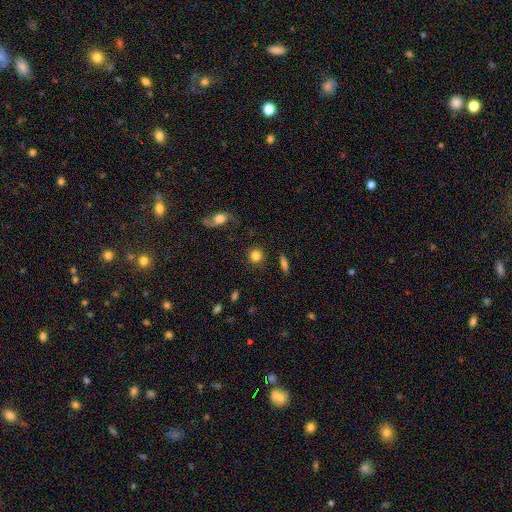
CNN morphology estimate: Overall: smooth (82%). How rounded: round (91%). Merging: none (87%).